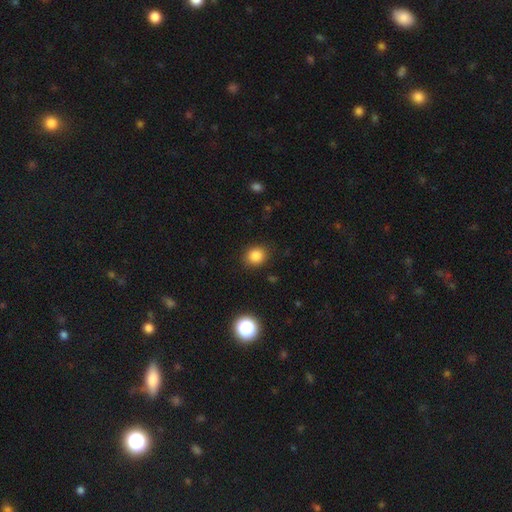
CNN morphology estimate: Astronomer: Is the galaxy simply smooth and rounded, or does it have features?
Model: smooth — 84%.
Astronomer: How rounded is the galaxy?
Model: round — 70%.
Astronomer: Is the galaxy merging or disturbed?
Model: none — 87%.